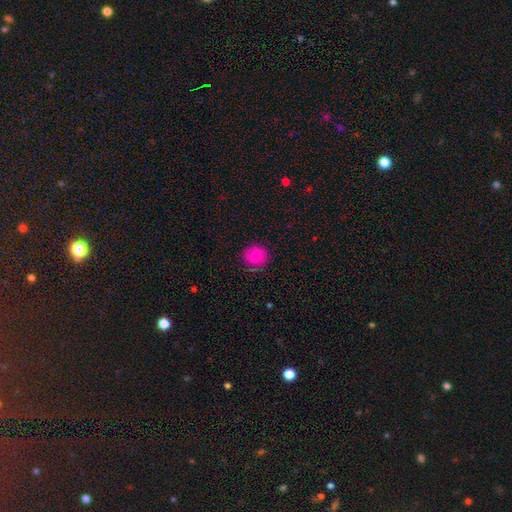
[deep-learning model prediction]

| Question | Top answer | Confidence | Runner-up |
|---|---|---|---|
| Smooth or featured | smooth | 70% | featured or disk (22%) |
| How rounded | round | 87% | in between (13%) |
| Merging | none | 75% | minor disturbance (18%) |